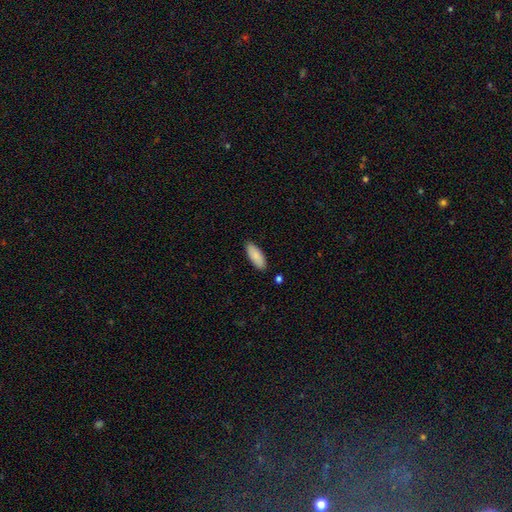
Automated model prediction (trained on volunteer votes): A smooth galaxy with no disk features (89%) that is in between round and cigar-shaped (76%). Merging: none (87%).